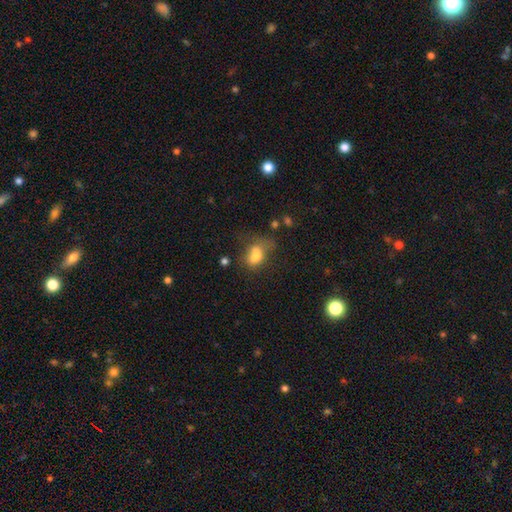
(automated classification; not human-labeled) This appears to be a smooth galaxy with no disk features (72%) that is in between round and cigar-shaped (68%). Merging: none (29%).